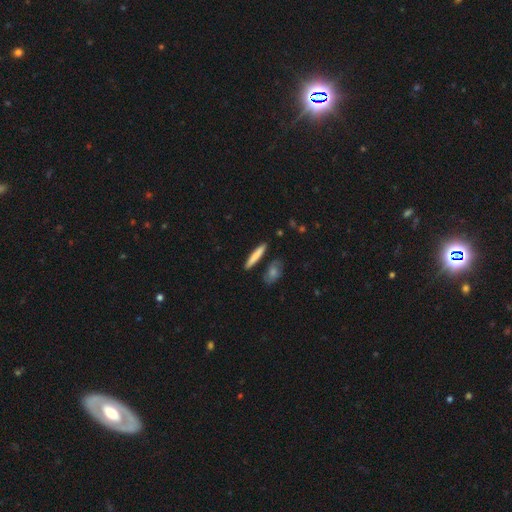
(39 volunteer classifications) This is likely a smooth galaxy (79%). How rounded: clearly cigar-shaped (94%). Merging: clearly none (90%).